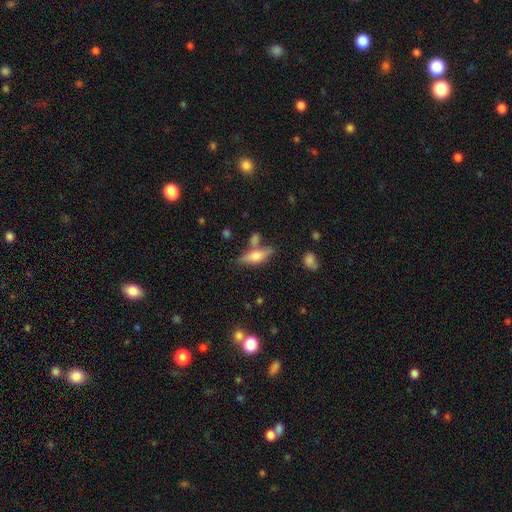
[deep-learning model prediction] Smooth or featured?
  - smooth: 57% *
  - featured or disk: 35%
  - star or artifact: 7%
How rounded?
  - cigar-shaped: 51% *
  - in between: 46%
  - round: 3%
Merging?
  - none: 65% *
  - minor disturbance: 15%
  - merger: 15%
  - major disturbance: 5%